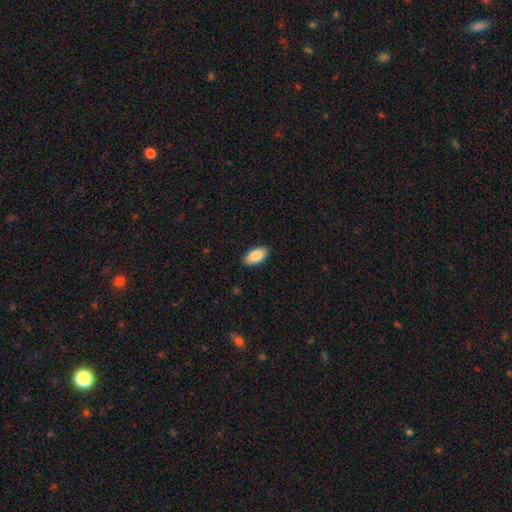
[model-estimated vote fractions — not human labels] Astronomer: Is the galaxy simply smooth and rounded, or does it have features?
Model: smooth — 88%.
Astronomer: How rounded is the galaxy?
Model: in between — 95%.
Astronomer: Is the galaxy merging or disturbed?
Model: none — 89%.